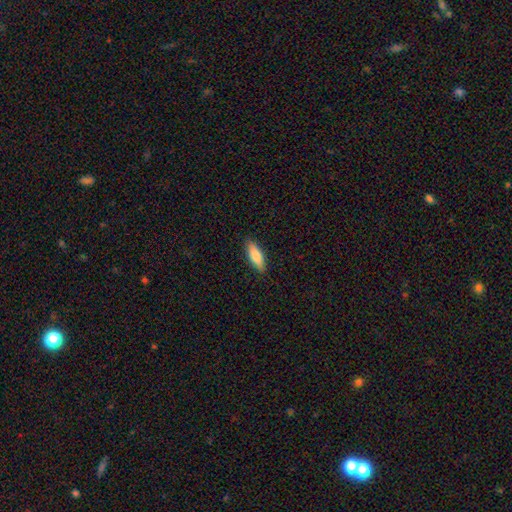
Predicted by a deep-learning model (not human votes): This is clearly a smooth galaxy (81%). How rounded: possibly in between (59%). Merging: clearly none (88%).